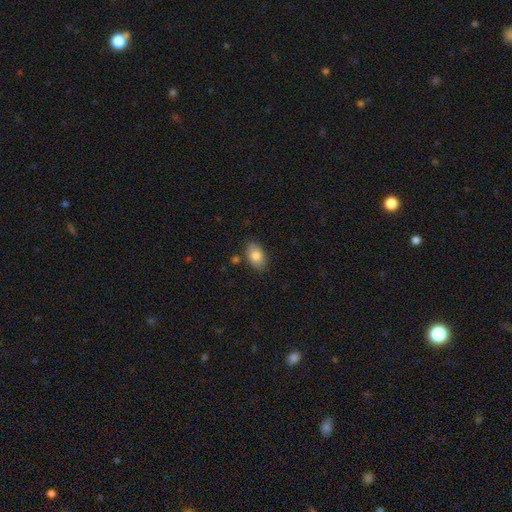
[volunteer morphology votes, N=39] Volunteers were most divided on "smooth or featured": smooth: 82%, featured or disk: 13%, star or artifact: 5%. More confident: how rounded — in between (91%); merging — none (84%).